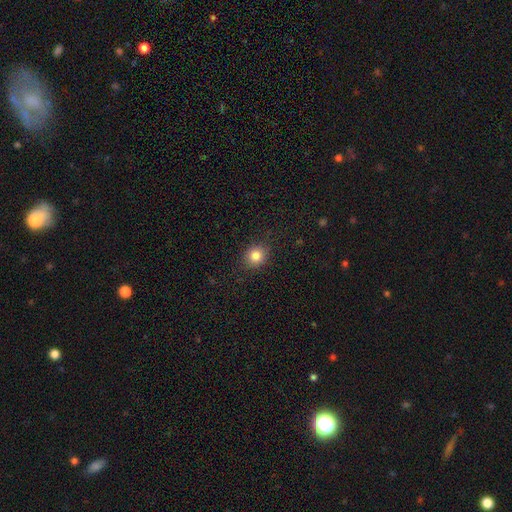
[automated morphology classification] The model was most divided on "how rounded": round: 77%, in between: 22%, cigar-shaped: 1%. More confident: merging — none (87%); smooth or featured — smooth (84%).